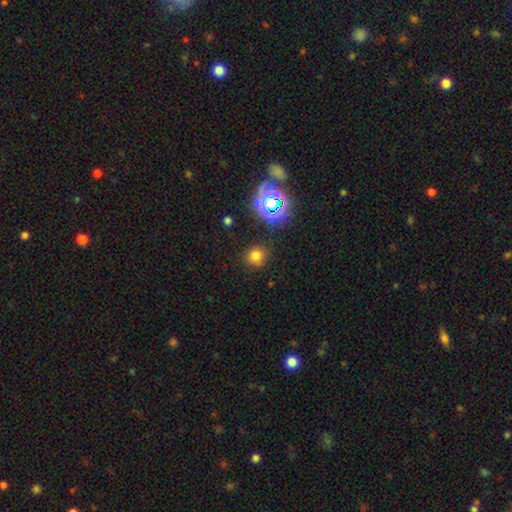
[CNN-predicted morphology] A smooth galaxy with no disk features (70%) that is round (86%). Merging: none (84%).